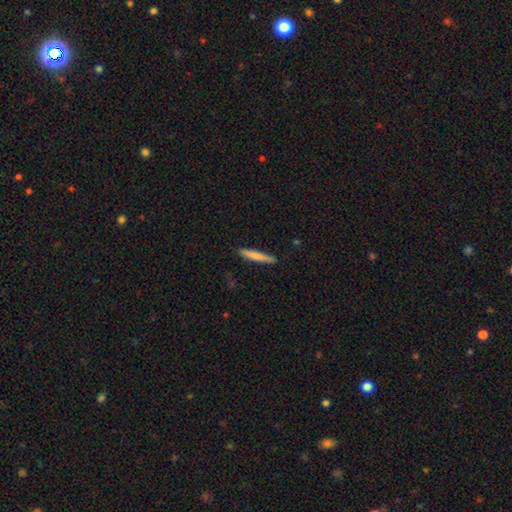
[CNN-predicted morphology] Smooth or featured?
  - smooth: 74% *
  - featured or disk: 21%
  - star or artifact: 5%
How rounded?
  - cigar-shaped: 95% *
  - in between: 4%
  - round: 1%
Merging?
  - none: 88% *
  - minor disturbance: 9%
  - major disturbance: 2%
  - merger: 1%